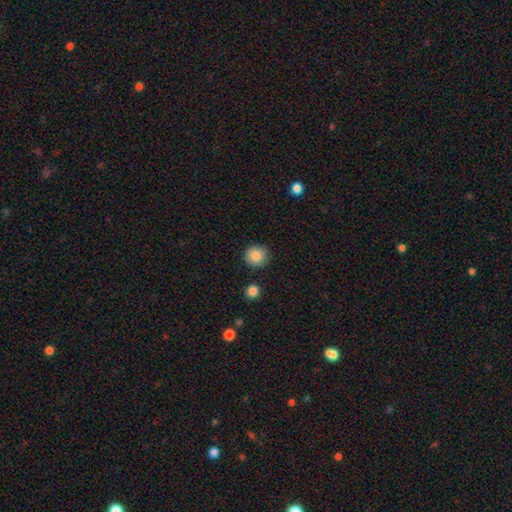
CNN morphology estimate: smooth_or_featured: smooth (p=0.87) [alt: star or artifact p=0.09]
how_rounded: round (p=0.92) [alt: in between p=0.07]
merging: none (p=0.88) [alt: minor disturbance p=0.07]